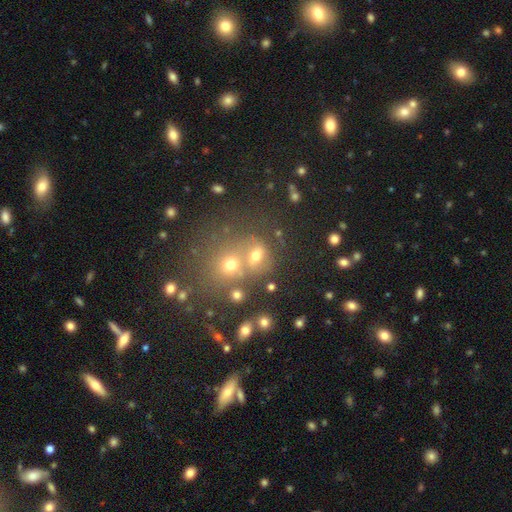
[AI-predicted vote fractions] smooth_or_featured: smooth (p=0.63) [alt: star or artifact p=0.21]
how_rounded: round (p=0.59) [alt: in between p=0.39]
merging: none (p=0.42) [alt: merger p=0.41]